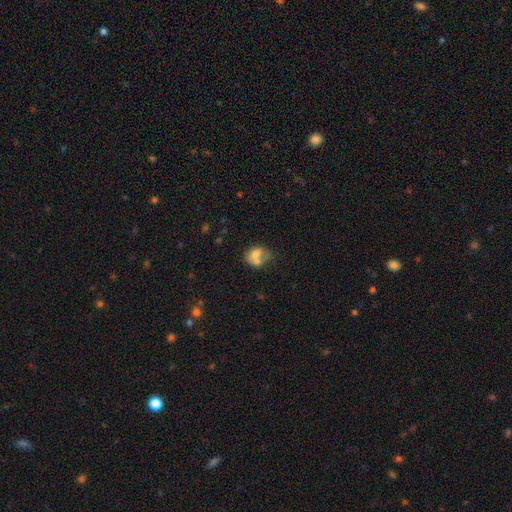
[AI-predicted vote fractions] Smooth or featured: smooth — 64% (featured or disk — 27%)
How rounded: in between — 60% (round — 39%)
Merging: merger — 52% (none — 25%)